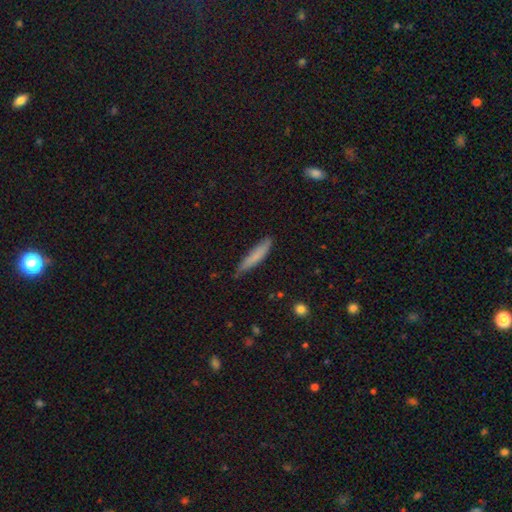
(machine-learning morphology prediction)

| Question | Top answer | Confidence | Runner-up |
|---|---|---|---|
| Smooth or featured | smooth | 75% | featured or disk (19%) |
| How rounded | cigar-shaped | 91% | in between (8%) |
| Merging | none | 79% | minor disturbance (18%) |